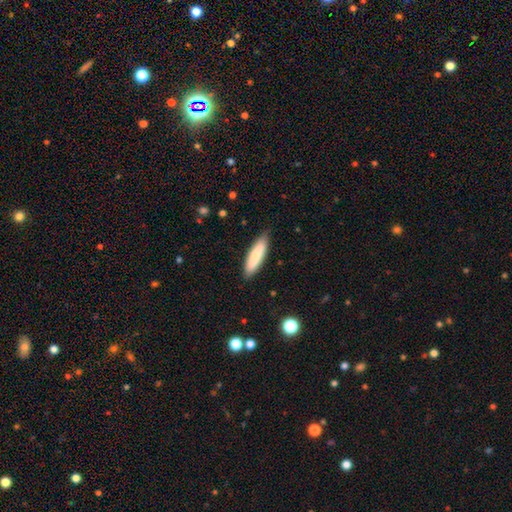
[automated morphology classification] Smooth or featured: smooth — 84% (featured or disk — 10%)
How rounded: cigar-shaped — 66% (in between — 32%)
Merging: none — 84% (minor disturbance — 13%)